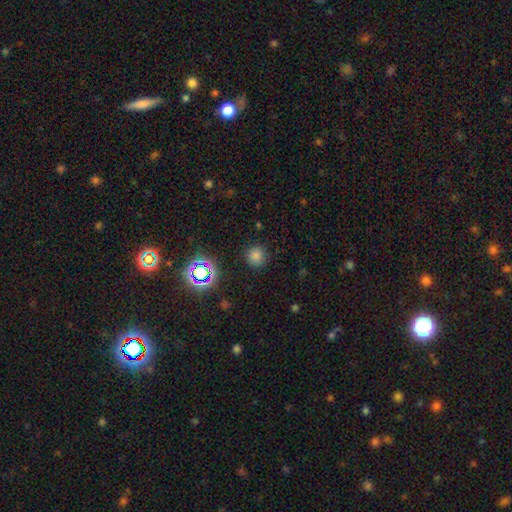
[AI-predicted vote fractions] This is likely a smooth galaxy (75%). How rounded: clearly round (92%). Merging: clearly none (87%).